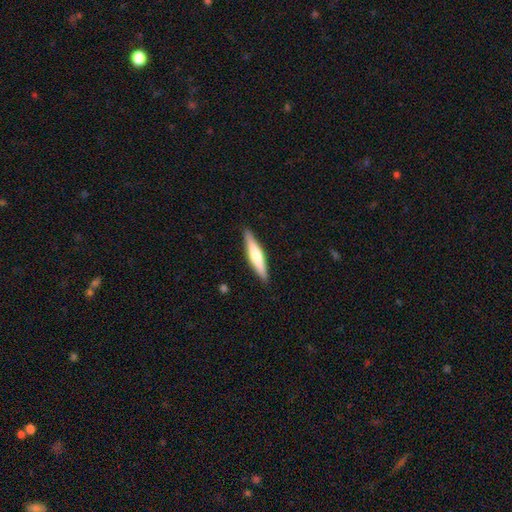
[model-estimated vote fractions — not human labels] Smooth or featured? smooth (52%)
How rounded? cigar-shaped (87%)
Merging? none (90%)